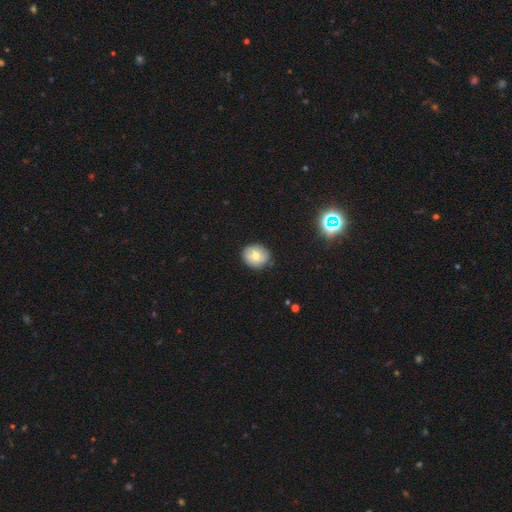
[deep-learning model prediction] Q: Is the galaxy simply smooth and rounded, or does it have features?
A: smooth — 62%.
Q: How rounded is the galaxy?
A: round — 68%.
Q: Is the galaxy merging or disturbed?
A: none — 82%.